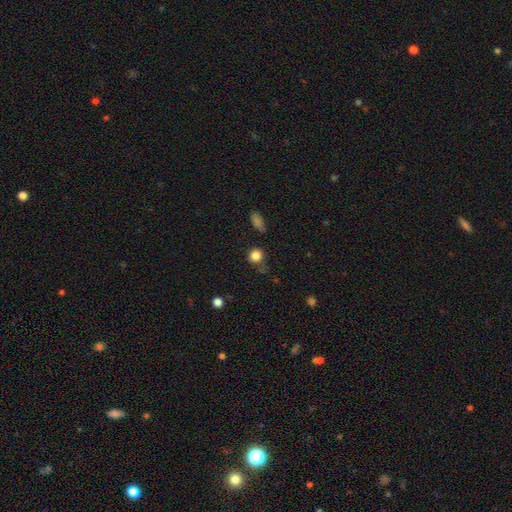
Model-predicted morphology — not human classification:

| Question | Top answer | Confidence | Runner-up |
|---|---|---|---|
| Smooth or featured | smooth | 82% | star or artifact (13%) |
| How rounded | round | 87% | in between (12%) |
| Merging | none | 73% | minor disturbance (17%) |